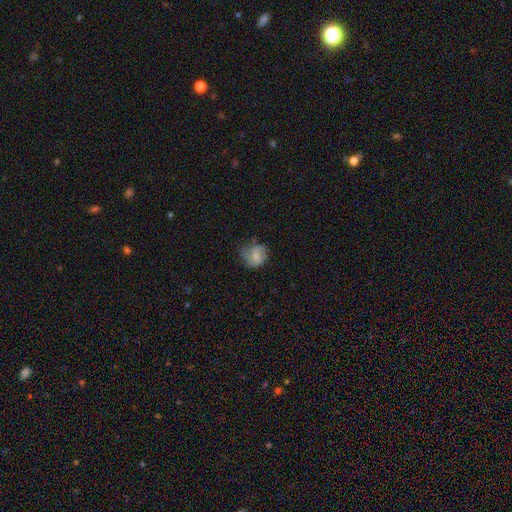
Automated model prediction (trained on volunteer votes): Overall: smooth (63%; featured or disk 29%). How rounded: round (68%; in between 31%). Merging: none (47%; minor disturbance 34%).